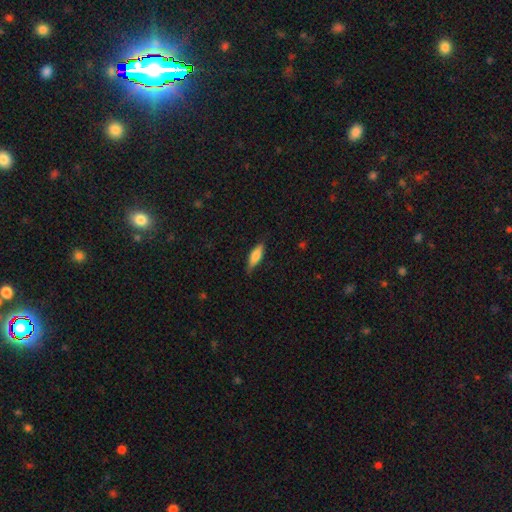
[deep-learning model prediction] Smooth or featured? smooth (72%)
How rounded? in between (50%)
Merging? none (76%)